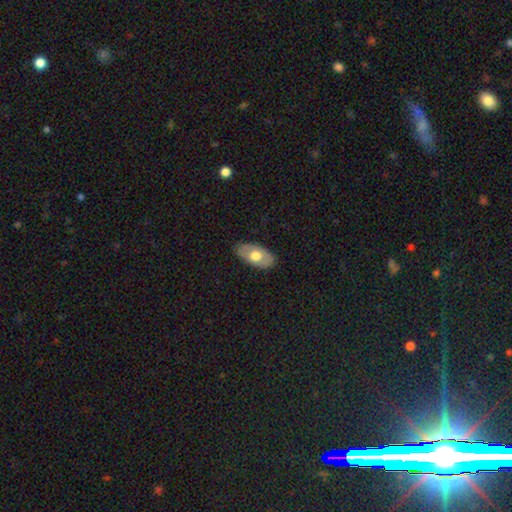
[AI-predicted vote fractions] This appears to be a smooth galaxy with no disk features (59%) that is in between round and cigar-shaped (93%). Merging: none (85%).